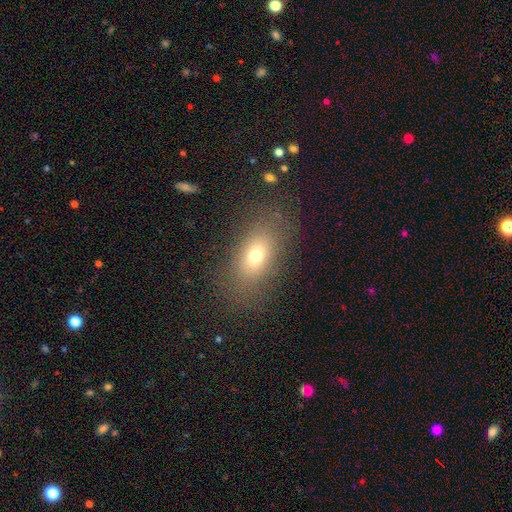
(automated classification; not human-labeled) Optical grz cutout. It shows a smooth galaxy with no disk features (69%) that is in between round and cigar-shaped (80%). Merging: none (81%).